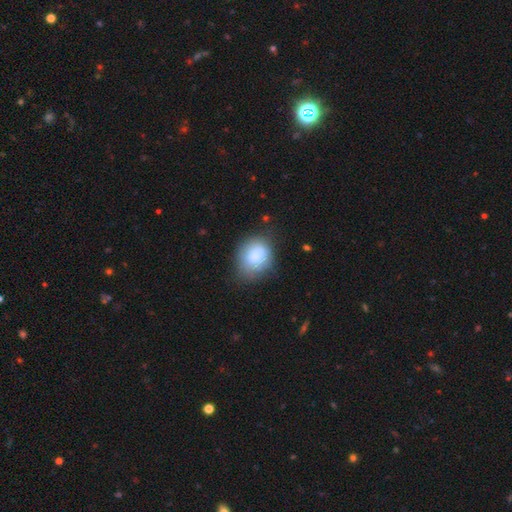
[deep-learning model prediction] This is likely a smooth galaxy (70%). How rounded: possibly round (51%). Merging: possibly none (51%).